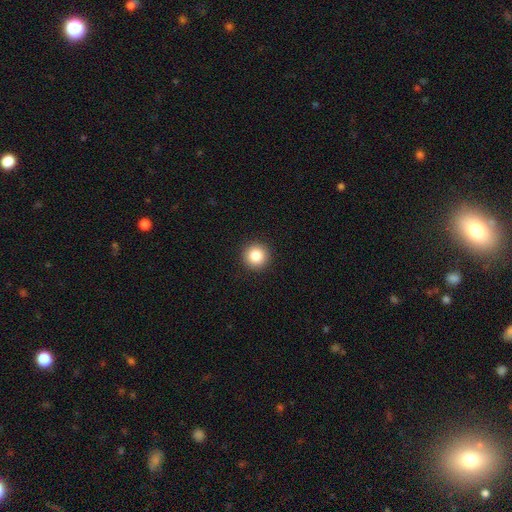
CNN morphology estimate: Smooth or featured: smooth — 86% (star or artifact — 9%)
How rounded: round — 96% (in between — 3%)
Merging: none — 93% (minor disturbance — 5%)